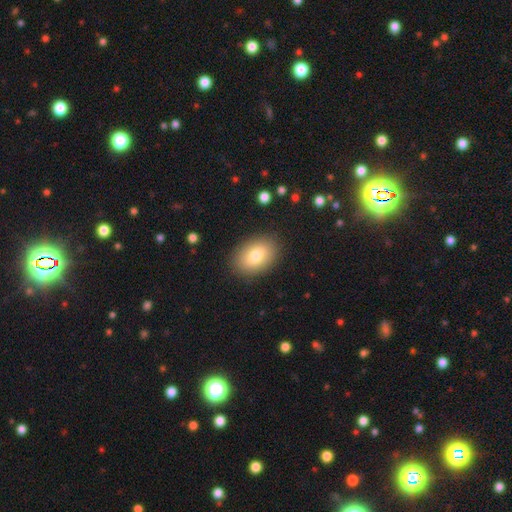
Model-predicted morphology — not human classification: A smooth galaxy with no disk features (78%) that is in between round and cigar-shaped (84%).

Vote fractions:
- Smooth or featured? smooth: 78% / featured or disk: 14% / star or artifact: 8%
- How rounded? in between: 84% / round: 15% / cigar-shaped: 1%
- Merging? none: 87% / minor disturbance: 9% / major disturbance: 3% / merger: 1%